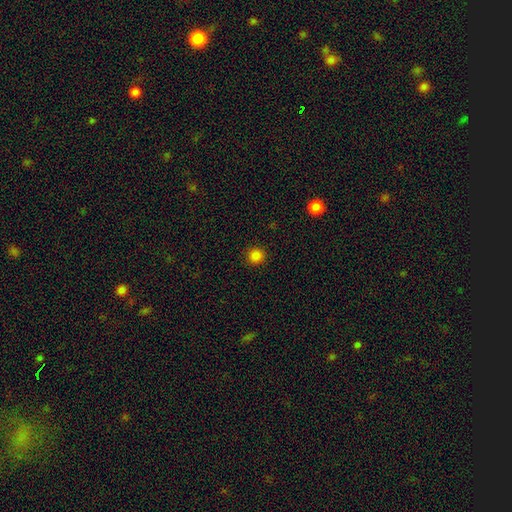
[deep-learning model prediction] The model was most divided on "smooth or featured": smooth: 83%, star or artifact: 14%, featured or disk: 3%. More confident: how rounded — round (93%); merging — none (92%).